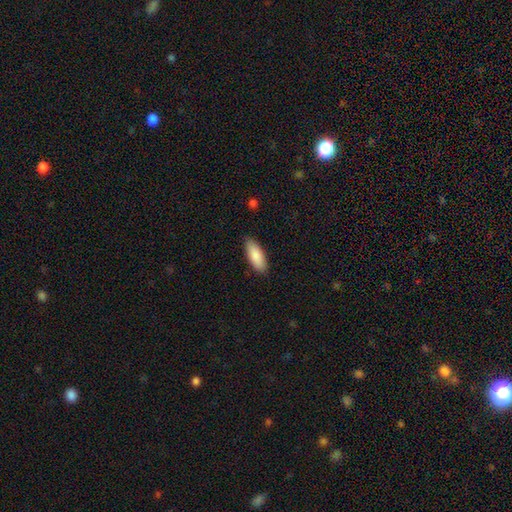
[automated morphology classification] type=smooth (88%); roundness=in between (74%); merging=none (86%).